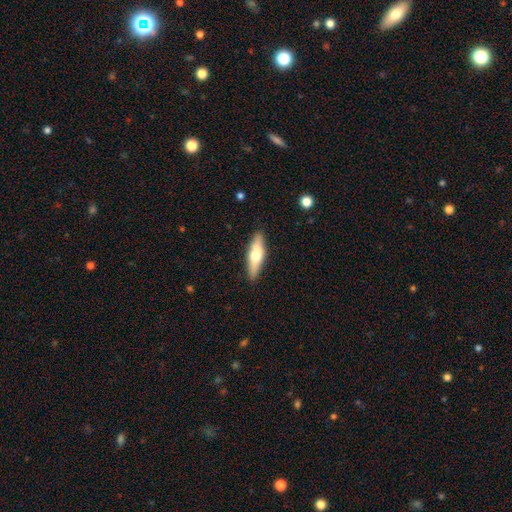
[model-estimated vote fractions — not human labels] Smooth or featured: smooth — 50% (featured or disk — 44%)
How rounded: cigar-shaped — 58% (in between — 39%)
Merging: none — 89% (minor disturbance — 8%)